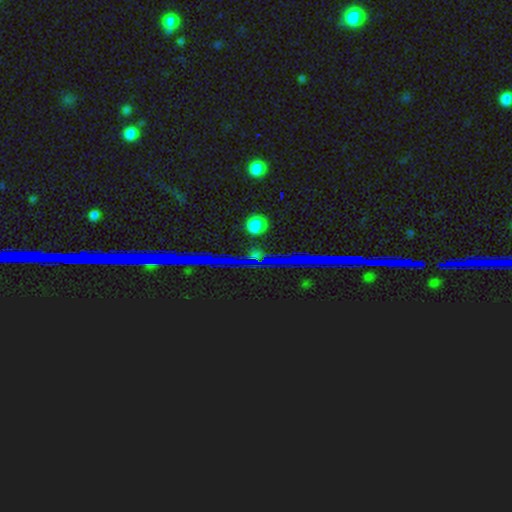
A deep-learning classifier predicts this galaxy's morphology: Smooth or featured? star or artifact (66%)